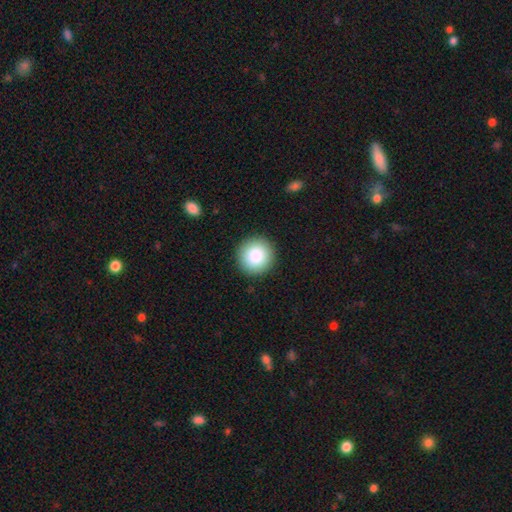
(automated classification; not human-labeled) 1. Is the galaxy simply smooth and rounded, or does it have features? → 85% smooth, 8% star or artifact, 6% featured or disk.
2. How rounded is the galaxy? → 95% round, 4% in between, 1% cigar-shaped.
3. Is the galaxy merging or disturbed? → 93% none, 5% minor disturbance, 2% major disturbance, 1% merger.